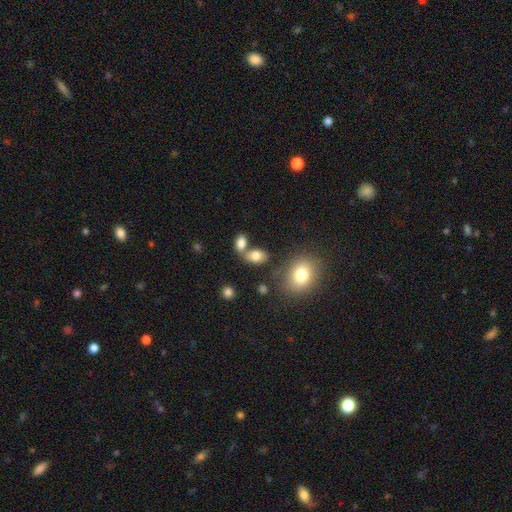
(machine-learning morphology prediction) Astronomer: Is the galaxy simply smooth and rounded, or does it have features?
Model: smooth — 80%.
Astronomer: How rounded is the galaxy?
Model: in between — 85%.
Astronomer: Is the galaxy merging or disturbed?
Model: none — 47% (runner-up: merger, 36%).